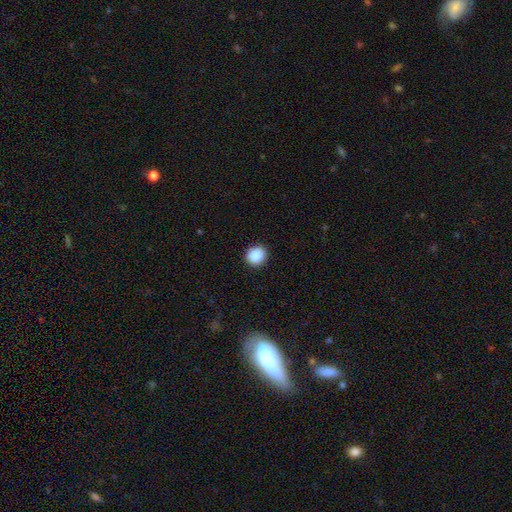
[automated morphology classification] smooth-or-featured: smooth: 89% | star or artifact: 8% | featured or disk: 3%
  how-rounded: round: 85% | in between: 14% | cigar-shaped: 1%
  merging: none: 90% | minor disturbance: 7% | major disturbance: 2% | merger: 1%